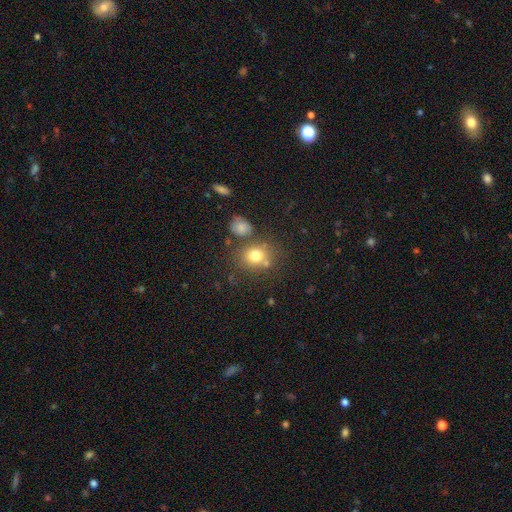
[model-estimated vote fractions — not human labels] The model was most divided on "how rounded": round: 73%, in between: 26%, cigar-shaped: 1%. More confident: smooth or featured — smooth (76%); merging — none (65%).